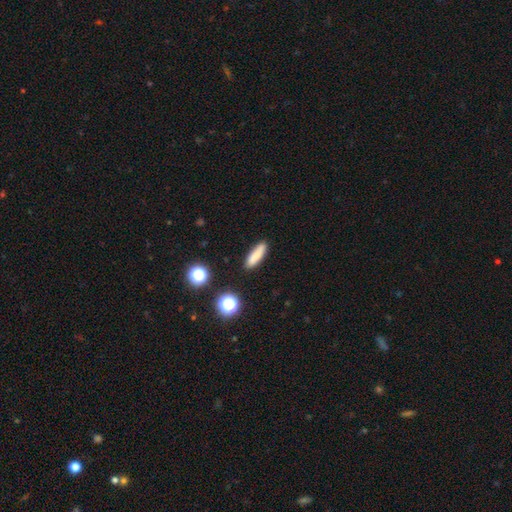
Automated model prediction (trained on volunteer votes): Smooth or featured? Predicted: smooth (p=0.82). How rounded? Predicted: cigar-shaped (p=0.65). Merging? Predicted: none (p=0.86).